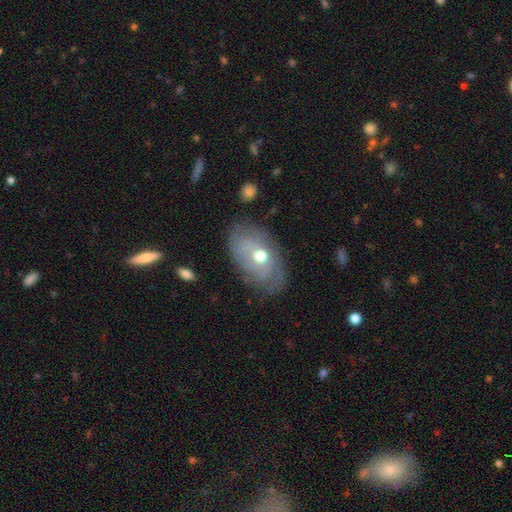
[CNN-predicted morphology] Smooth or featured? featured or disk (66%)
Edge-on disk? no (91%)
Bar? no (80%)
Spiral arms? yes (72%)
Bulge size? moderate (65%)
Merging? none (74%)